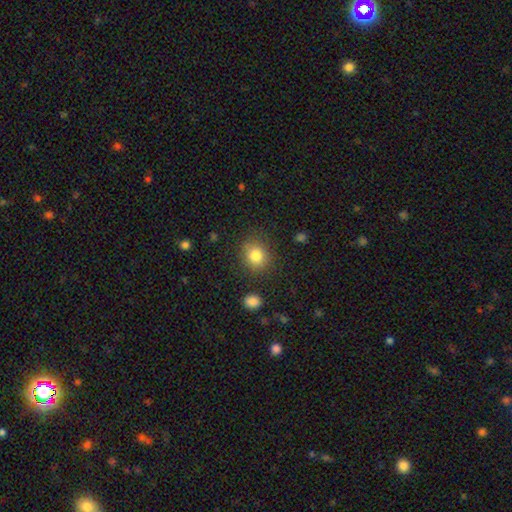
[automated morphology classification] Smooth or featured: smooth — 82% (star or artifact — 11%)
How rounded: round — 77% (in between — 22%)
Merging: none — 85% (minor disturbance — 10%)